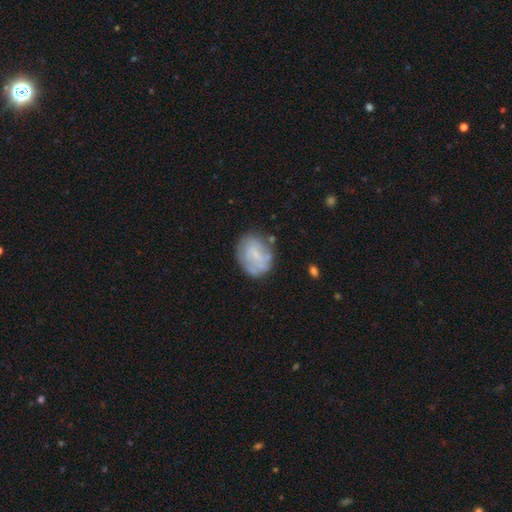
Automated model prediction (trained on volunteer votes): A featured or disk galaxy (48%). Merging: none (63%).